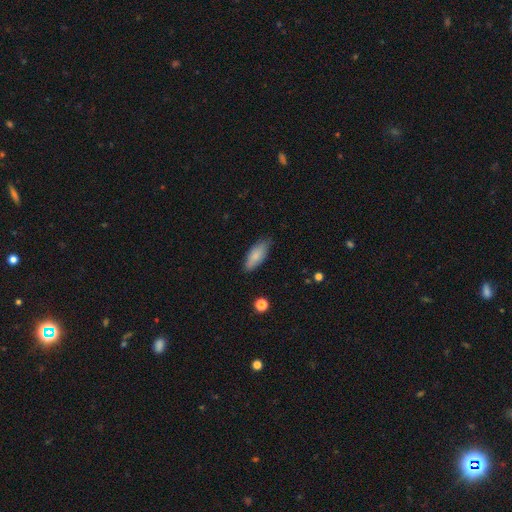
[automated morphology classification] smooth 82%, featured or disk 12%, star or artifact 6%. Down the decision tree: how rounded — in between (77%); merging — none (77%).